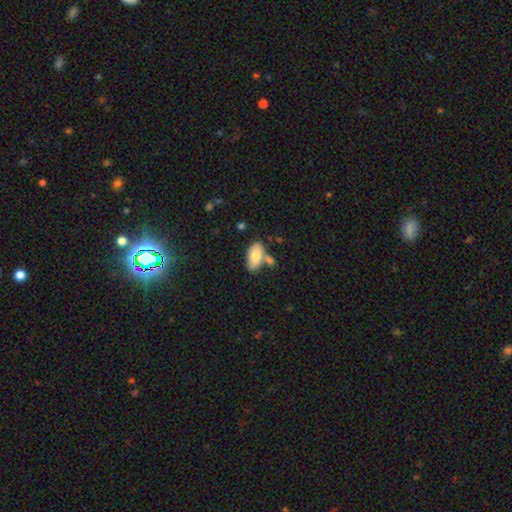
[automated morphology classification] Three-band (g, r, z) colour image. It shows a smooth galaxy with no disk features (79%) that is in between round and cigar-shaped (93%). Merging: none (57%).